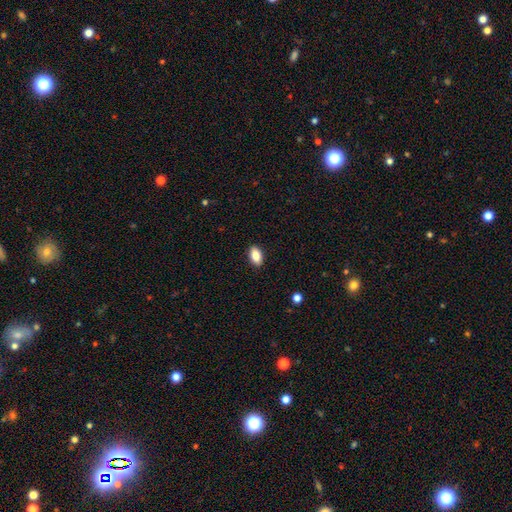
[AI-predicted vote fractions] Smooth or featured?
  - smooth: 85% *
  - star or artifact: 8%
  - featured or disk: 7%
How rounded?
  - in between: 91% *
  - round: 6%
  - cigar-shaped: 3%
Merging?
  - none: 89% *
  - minor disturbance: 8%
  - major disturbance: 2%
  - merger: 1%